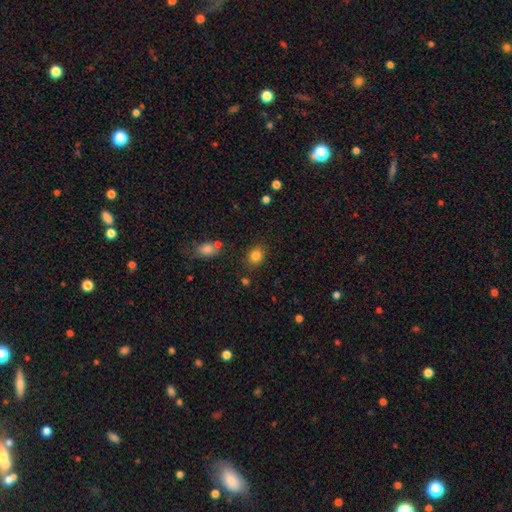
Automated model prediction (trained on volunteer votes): smooth_or_featured: smooth (p=0.83) [alt: star or artifact p=0.11]
how_rounded: round (p=0.58) [alt: in between p=0.41]
merging: none (p=0.81) [alt: minor disturbance p=0.11]